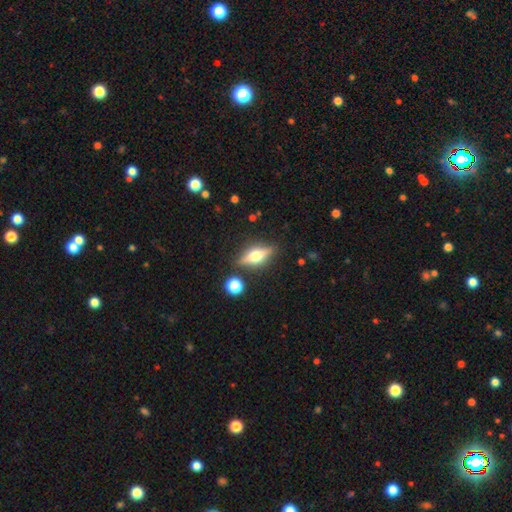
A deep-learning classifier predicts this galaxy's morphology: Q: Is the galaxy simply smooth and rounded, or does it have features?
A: featured or disk — 63%.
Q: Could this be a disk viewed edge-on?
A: yes — 92%.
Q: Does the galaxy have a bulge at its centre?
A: rounded — 95%.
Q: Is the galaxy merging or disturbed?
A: none — 85%.